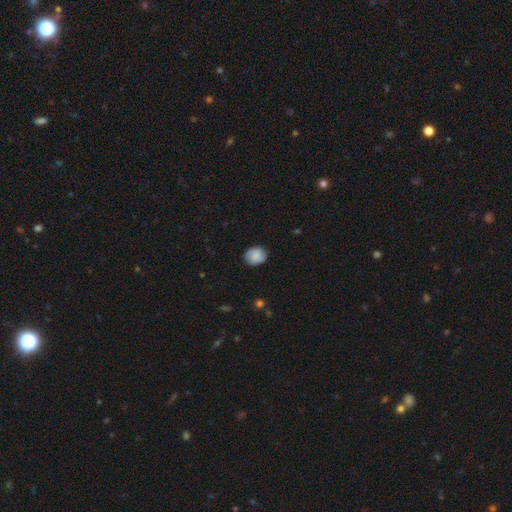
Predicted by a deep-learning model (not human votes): Morphology: type=smooth (78%); roundness=round (61%); merging=none (78%).